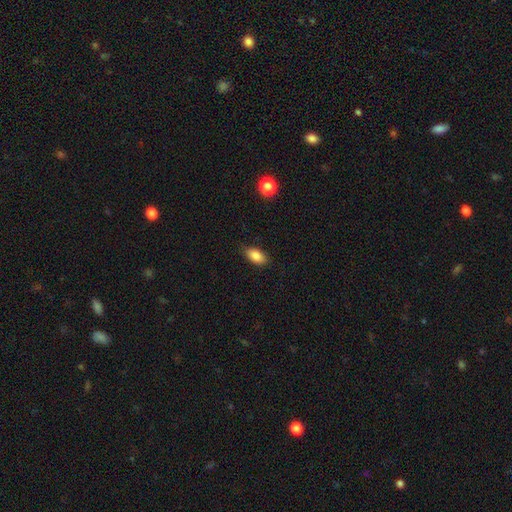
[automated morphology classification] Overall: smooth (86%). How rounded: in between (90%). Merging: none (84%).